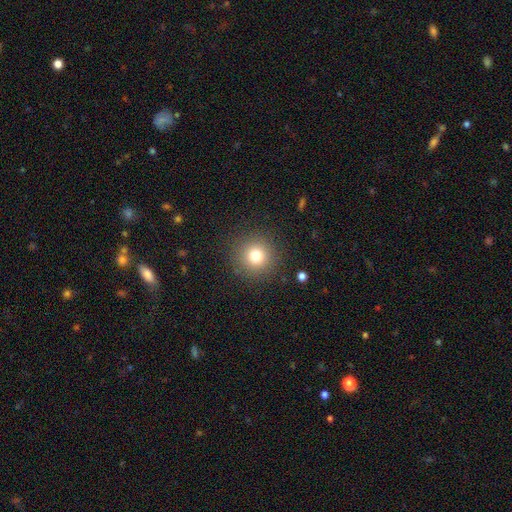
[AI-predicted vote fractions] Smooth or featured? smooth (77%)
How rounded? round (95%)
Merging? none (89%)